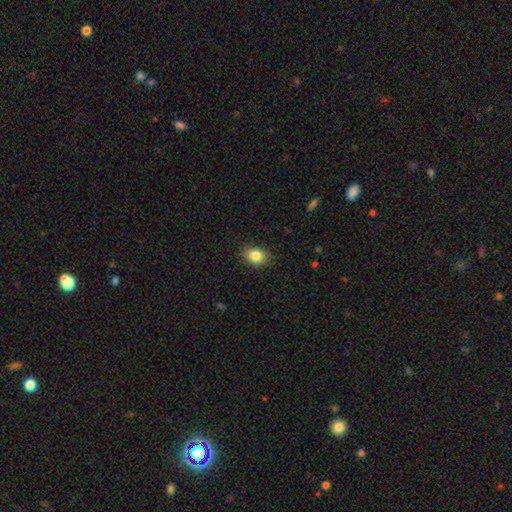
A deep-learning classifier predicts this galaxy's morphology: Overall: smooth (85%). How rounded: in between (64%; round 35%). Merging: none (85%).